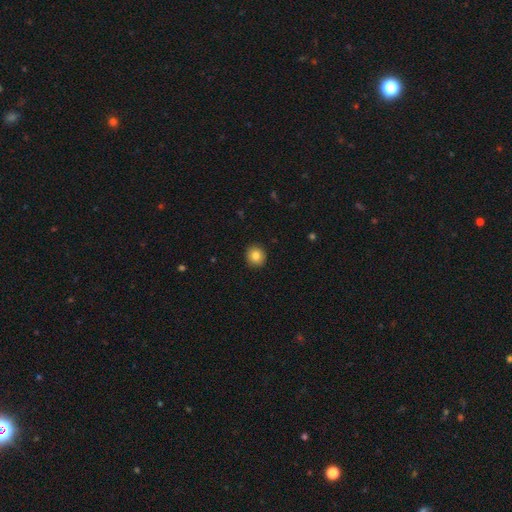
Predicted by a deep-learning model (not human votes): Smooth or featured? smooth (83%)
How rounded? round (90%)
Merging? none (92%)